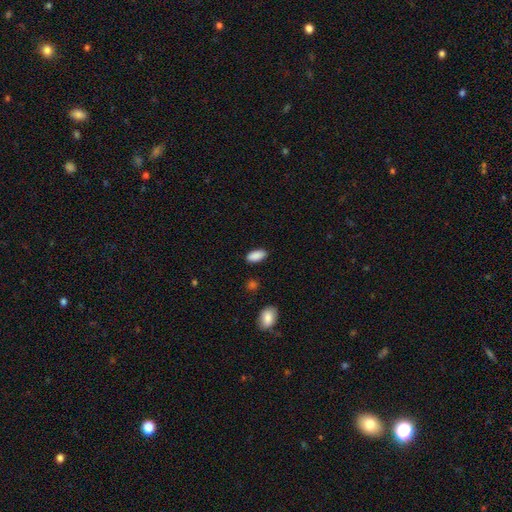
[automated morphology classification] Overall: smooth (90%). How rounded: in between (90%). Merging: none (87%).